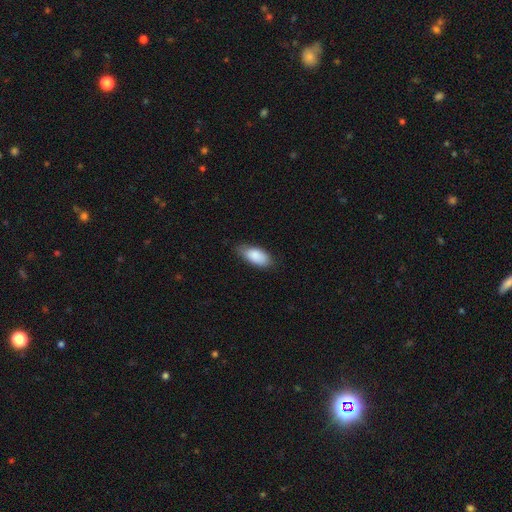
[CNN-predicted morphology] A smooth galaxy with no disk features (88%) that is in between round and cigar-shaped (89%). Merging: none (75%).